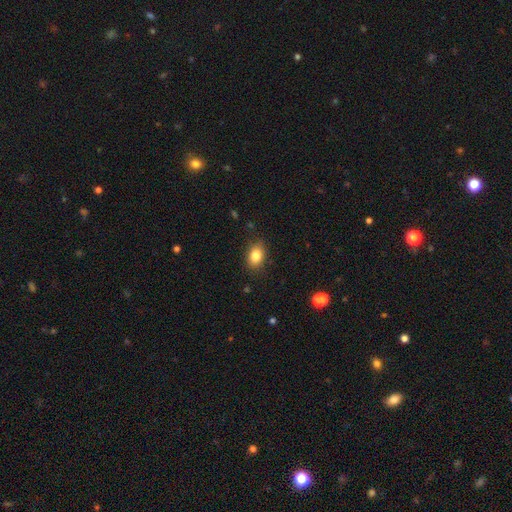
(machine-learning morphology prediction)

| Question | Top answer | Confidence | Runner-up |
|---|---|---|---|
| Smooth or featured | smooth | 84% | star or artifact (9%) |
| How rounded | in between | 77% | round (22%) |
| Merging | none | 84% | minor disturbance (13%) |